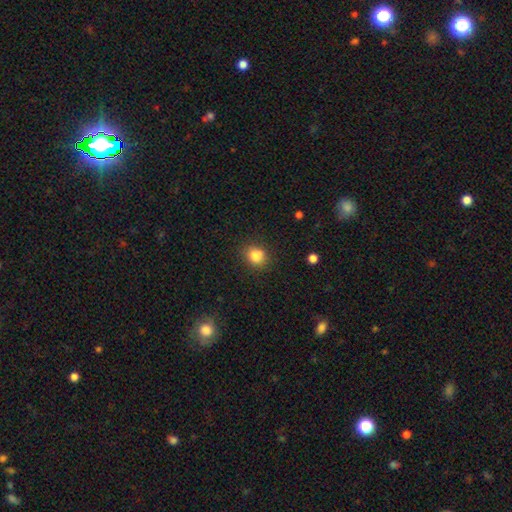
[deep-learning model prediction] This appears to be a smooth galaxy with no disk features (84%) that is round (74%). Merging: none (84%).